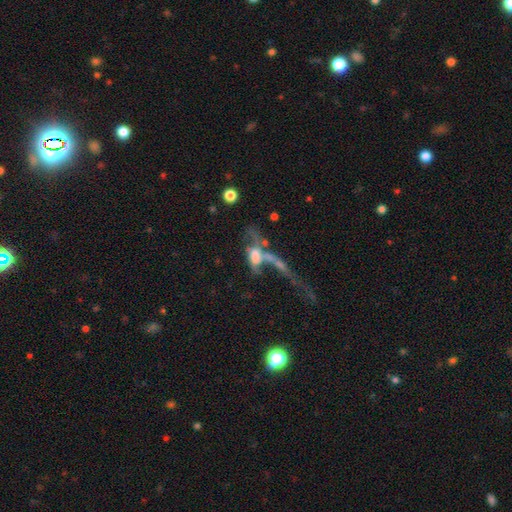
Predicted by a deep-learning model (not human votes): featured or disk 49%, smooth 38%, star or artifact 13%. Down the decision tree: merging — merger (44%).